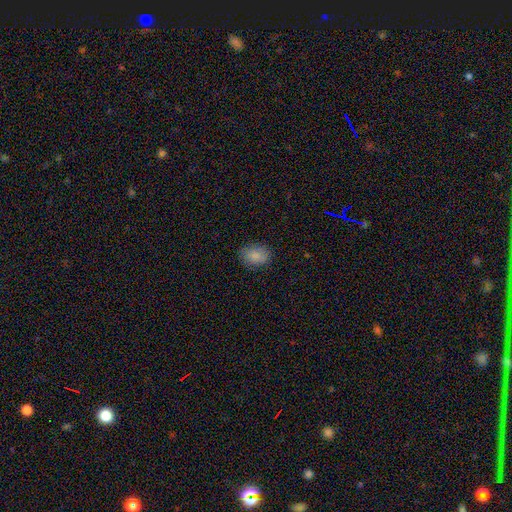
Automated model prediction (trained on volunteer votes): Overall: smooth (87%). How rounded: in between (71%). Merging: none (84%).